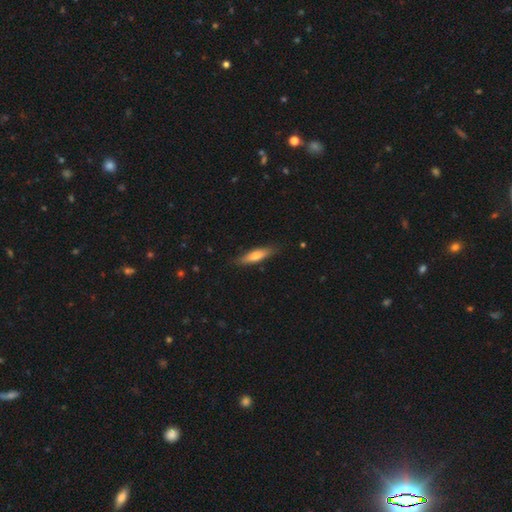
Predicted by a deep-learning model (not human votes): Q: Smooth or featured?
A: smooth (67%); runner-up: featured or disk (27%)
Q: How rounded?
A: cigar-shaped (72%); runner-up: in between (26%)
Q: Merging?
A: none (84%); runner-up: minor disturbance (13%)